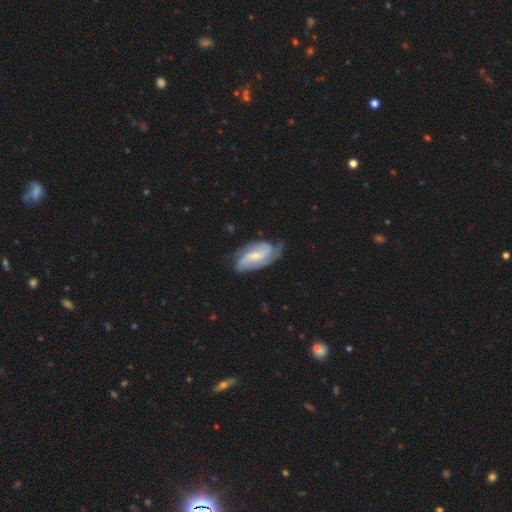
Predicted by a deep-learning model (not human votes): A featured or disk galaxy (81%) with a weak bar (44%), 2 (57%) medium (44%) spiral arms (96%) and a small central bulge (56%). Merging: none (69%).